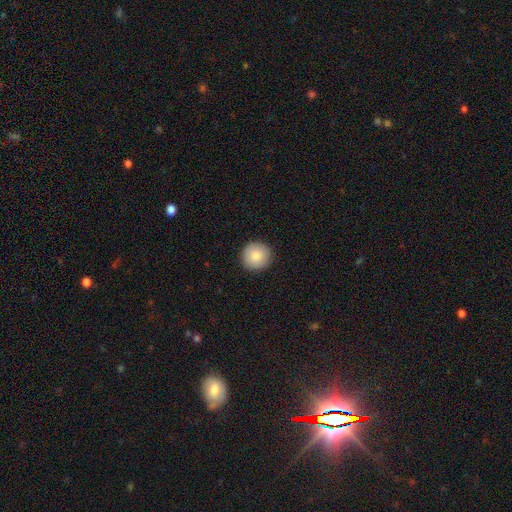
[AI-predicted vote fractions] Morphology: type=smooth (87%); roundness=round (95%); merging=none (92%).